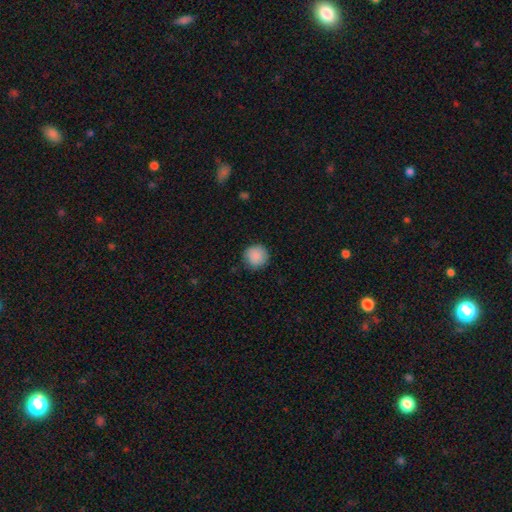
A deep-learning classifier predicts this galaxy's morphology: Q: Smooth or featured?
A: smooth (89%); runner-up: star or artifact (8%)
Q: How rounded?
A: round (94%); runner-up: in between (5%)
Q: Merging?
A: none (87%); runner-up: minor disturbance (10%)